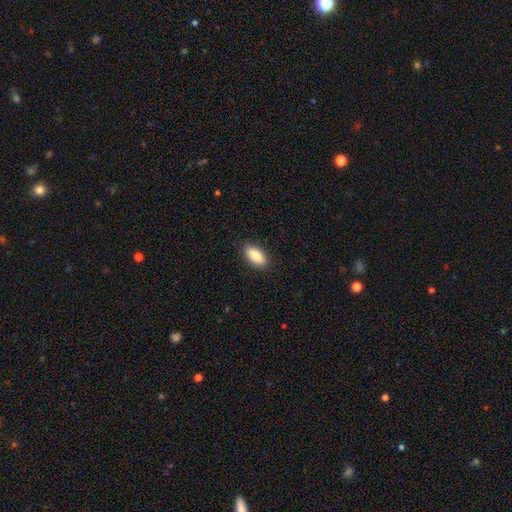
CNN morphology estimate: smooth 82%, featured or disk 11%, star or artifact 7%. Down the decision tree: how rounded — in between (86%); merging — none (88%).